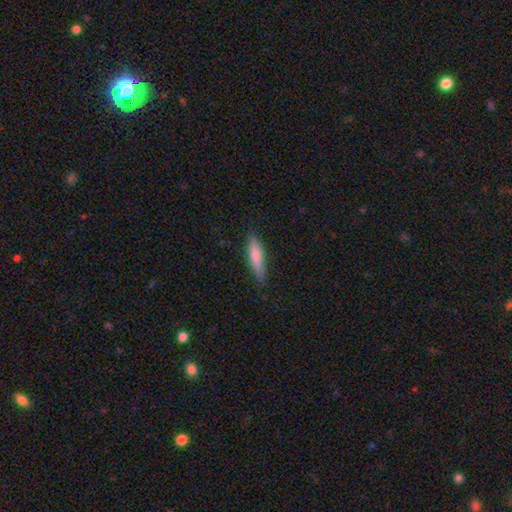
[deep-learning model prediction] Overall: smooth (74%). How rounded: cigar-shaped (77%). Merging: none (81%).